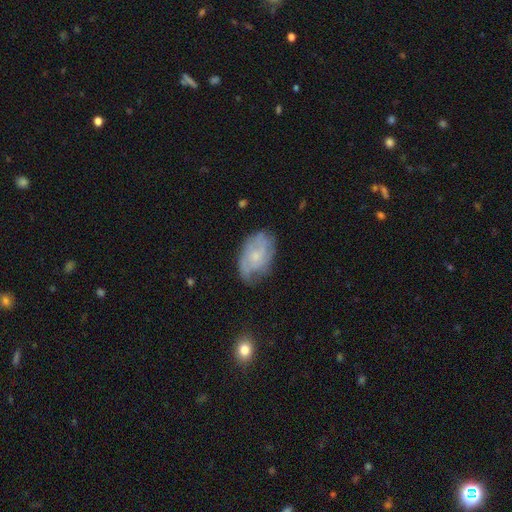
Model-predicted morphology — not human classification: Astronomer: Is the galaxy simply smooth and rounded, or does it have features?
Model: featured or disk — 58% (runner-up: smooth, 35%).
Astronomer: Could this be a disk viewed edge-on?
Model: no — 96%.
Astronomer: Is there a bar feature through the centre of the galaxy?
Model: no — 78%.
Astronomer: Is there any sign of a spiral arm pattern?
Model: yes — 74%.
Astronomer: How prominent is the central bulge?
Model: small — 64%.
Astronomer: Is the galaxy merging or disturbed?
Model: none — 60%.